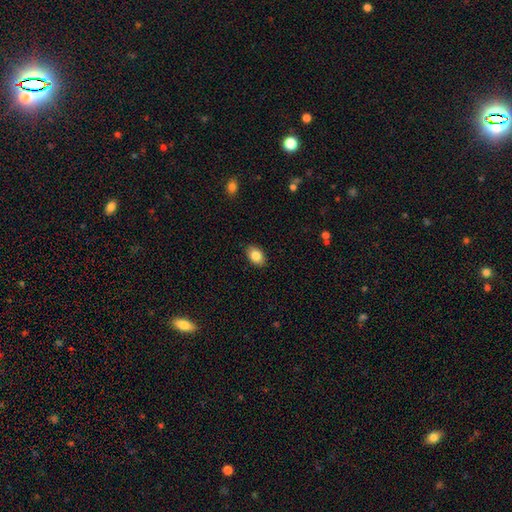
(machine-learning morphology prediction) Overall: smooth (85%). How rounded: in between (86%). Merging: none (88%).